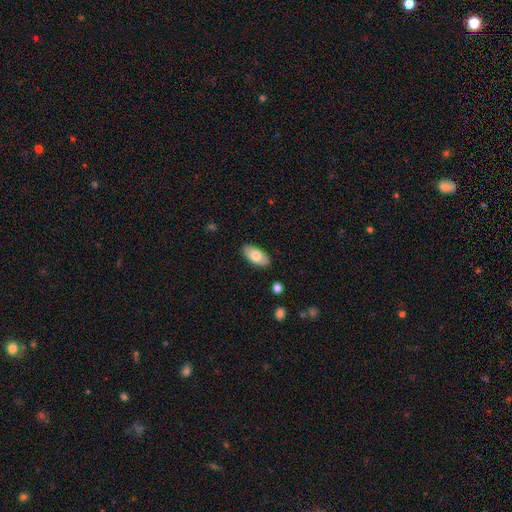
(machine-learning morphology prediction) This appears to be a smooth galaxy with no disk features (78%) that is in between round and cigar-shaped (93%). Merging: none (87%).